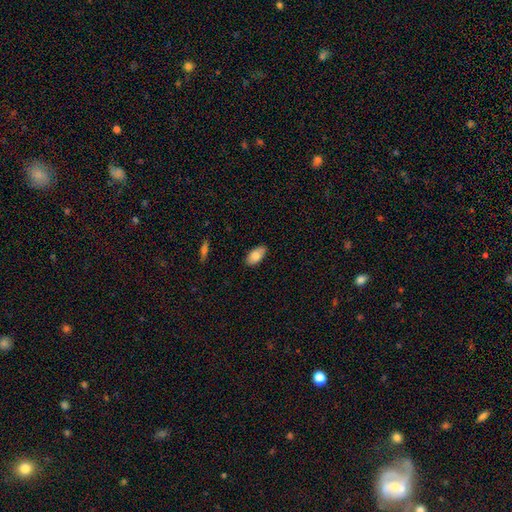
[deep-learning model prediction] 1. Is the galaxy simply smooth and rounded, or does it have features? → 83% smooth, 10% featured or disk, 7% star or artifact.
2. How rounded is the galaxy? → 93% in between, 4% cigar-shaped, 3% round.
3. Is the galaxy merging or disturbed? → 85% none, 12% minor disturbance, 2% major disturbance, 1% merger.